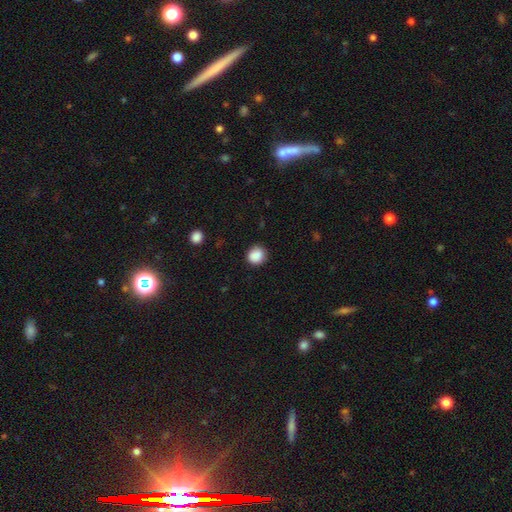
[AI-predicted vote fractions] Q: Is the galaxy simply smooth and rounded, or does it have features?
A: smooth — 88%.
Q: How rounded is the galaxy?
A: round — 88%.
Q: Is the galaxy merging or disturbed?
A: none — 86%.